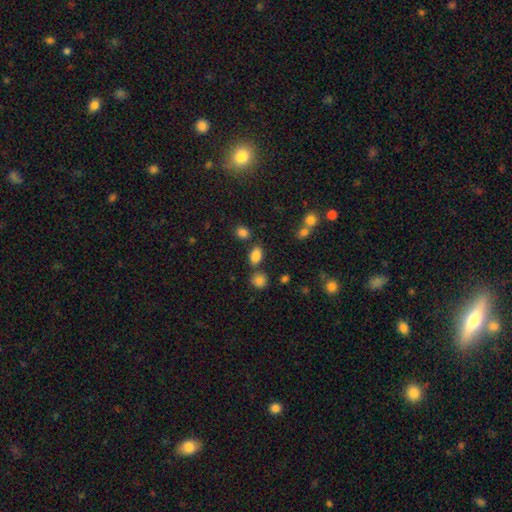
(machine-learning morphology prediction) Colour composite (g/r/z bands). It shows a smooth galaxy with no disk features (83%) that is in between round and cigar-shaped (80%). Merging: none (75%).